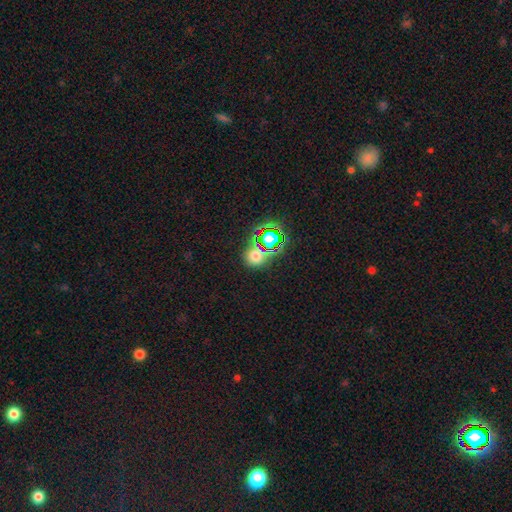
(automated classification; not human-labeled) This appears to be a smooth galaxy with no disk features (58%) that is round (82%). Merging: none (69%).